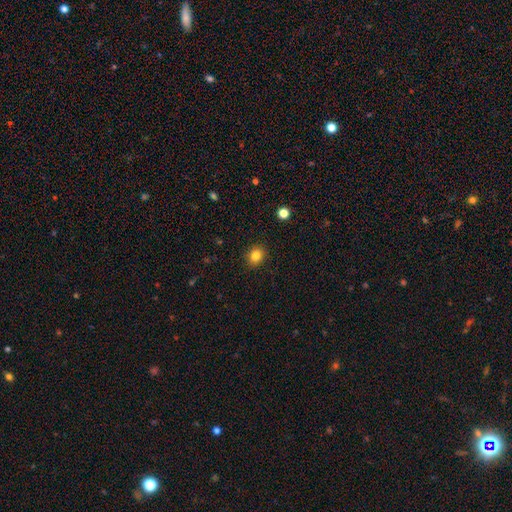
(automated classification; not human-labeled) smooth 83%, star or artifact 11%, featured or disk 5%. Down the decision tree: how rounded — round (68%); merging — none (90%).